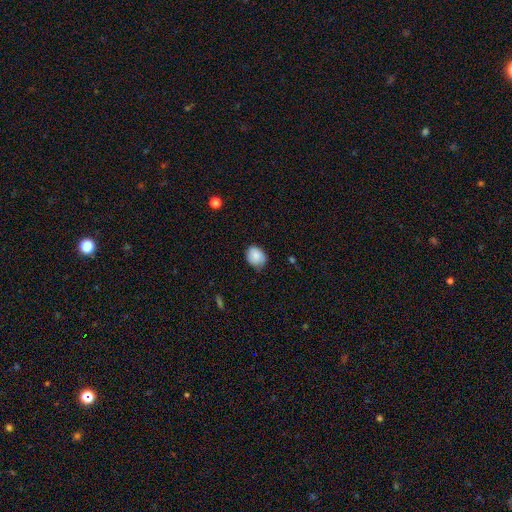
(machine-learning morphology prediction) Smooth or featured?
  - smooth: 80% *
  - featured or disk: 13%
  - star or artifact: 8%
How rounded?
  - in between: 50% *
  - round: 49%
  - cigar-shaped: 1%
Merging?
  - none: 64% *
  - minor disturbance: 29%
  - major disturbance: 5%
  - merger: 1%